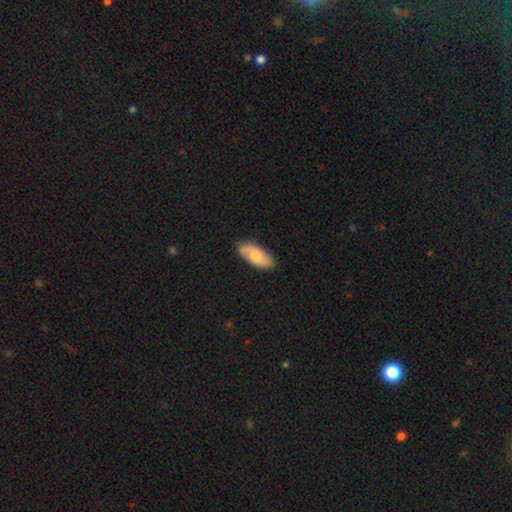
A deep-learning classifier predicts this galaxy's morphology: smooth_or_featured: smooth (p=0.63) [alt: featured or disk p=0.31]
how_rounded: in between (p=0.85) [alt: cigar-shaped p=0.13]
merging: none (p=0.83) [alt: minor disturbance p=0.13]